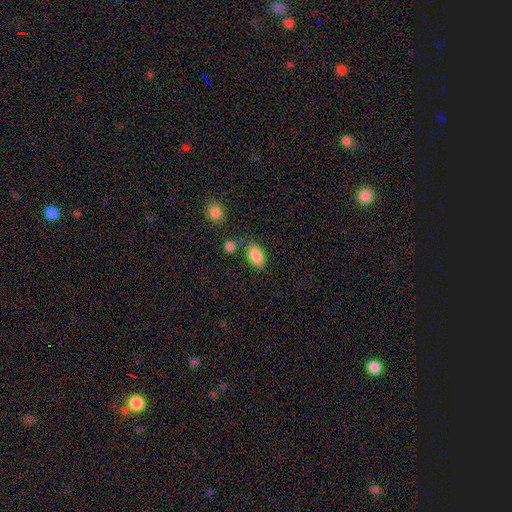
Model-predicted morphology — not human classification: Smooth or featured?
  - smooth: 86% *
  - star or artifact: 8%
  - featured or disk: 6%
How rounded?
  - in between: 90% *
  - round: 8%
  - cigar-shaped: 2%
Merging?
  - none: 70% *
  - minor disturbance: 16%
  - merger: 9%
  - major disturbance: 5%